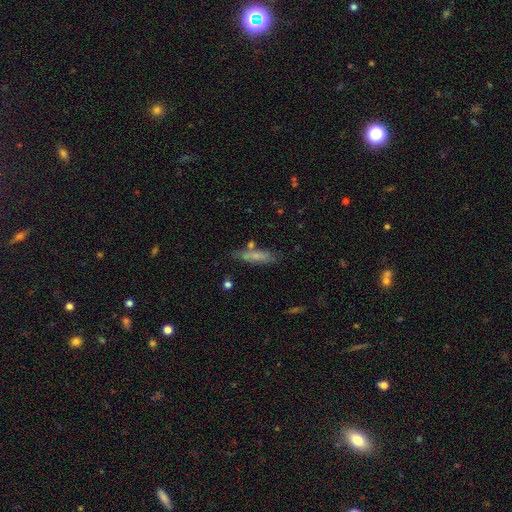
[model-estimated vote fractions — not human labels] Smooth or featured: smooth — 68% (featured or disk — 24%)
How rounded: cigar-shaped — 75% (in between — 23%)
Merging: none — 74% (minor disturbance — 16%)